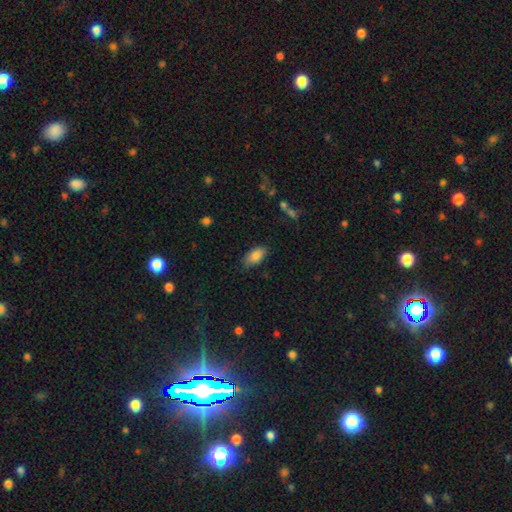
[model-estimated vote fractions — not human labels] smooth 84%, featured or disk 8%, star or artifact 8%. Down the decision tree: how rounded — in between (91%); merging — none (82%).